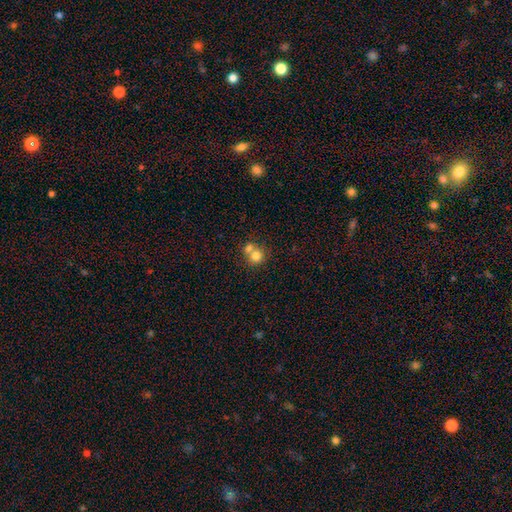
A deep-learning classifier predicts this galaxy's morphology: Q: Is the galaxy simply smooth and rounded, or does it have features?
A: smooth — 77%.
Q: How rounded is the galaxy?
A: round — 85%.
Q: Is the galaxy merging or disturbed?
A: merger — 52%.